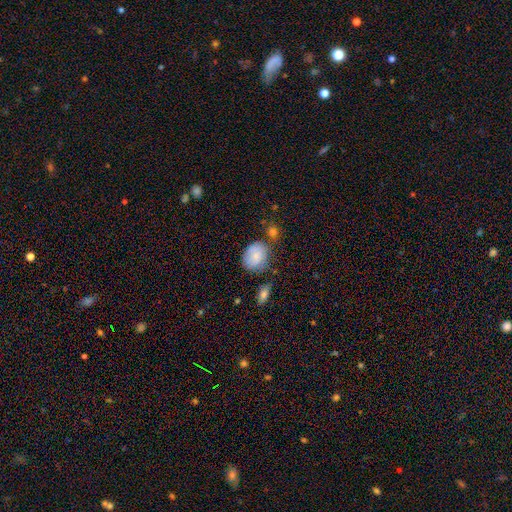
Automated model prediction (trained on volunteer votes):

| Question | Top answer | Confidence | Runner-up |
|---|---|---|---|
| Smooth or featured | smooth | 76% | featured or disk (16%) |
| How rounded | round | 52% | in between (47%) |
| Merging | none | 56% | minor disturbance (27%) |